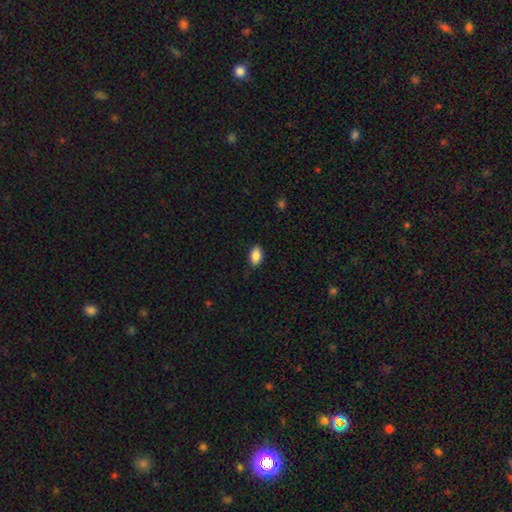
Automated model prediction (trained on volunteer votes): Smooth or featured?
  - smooth: 88% *
  - star or artifact: 8%
  - featured or disk: 4%
How rounded?
  - in between: 92% *
  - round: 6%
  - cigar-shaped: 2%
Merging?
  - none: 81% *
  - minor disturbance: 15%
  - major disturbance: 3%
  - merger: 1%